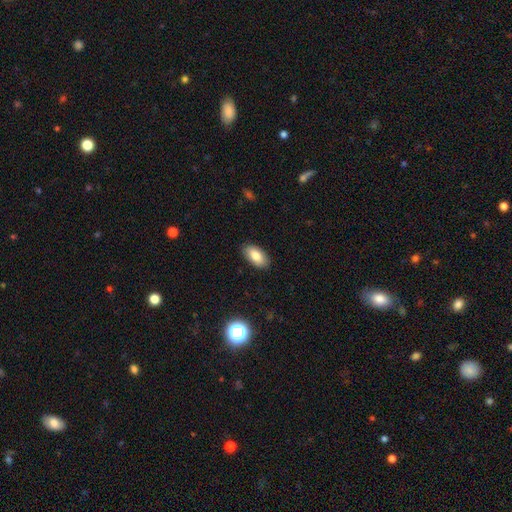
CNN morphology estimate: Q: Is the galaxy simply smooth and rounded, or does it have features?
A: smooth — 82%.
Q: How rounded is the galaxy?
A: in between — 93%.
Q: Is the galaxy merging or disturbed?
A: none — 88%.